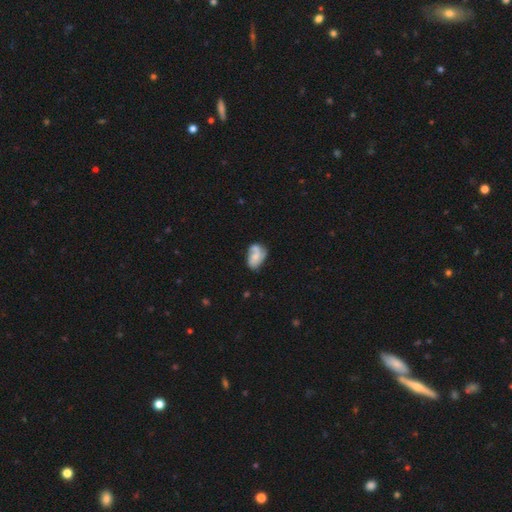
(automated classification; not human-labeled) Smooth or featured? featured or disk (49%)
Merging? none (41%)